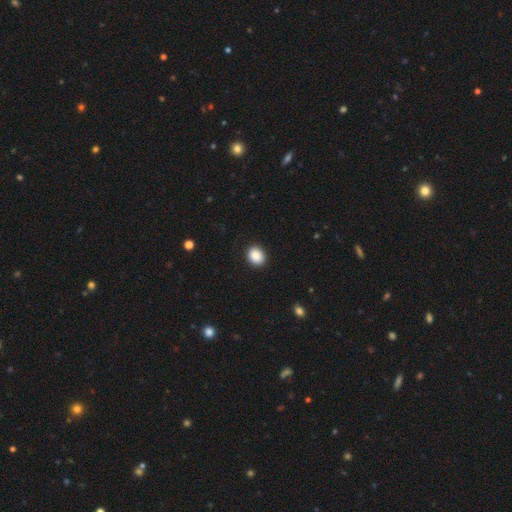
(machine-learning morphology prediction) A smooth galaxy with no disk features (89%) that is round (52%). Merging: none (91%).